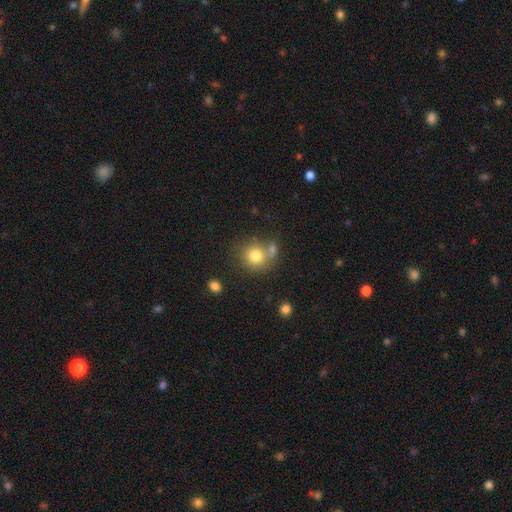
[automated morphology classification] smooth_or_featured: smooth (p=0.78) [alt: featured or disk p=0.11]
how_rounded: round (p=0.86) [alt: in between p=0.13]
merging: none (p=0.54) [alt: merger p=0.27]